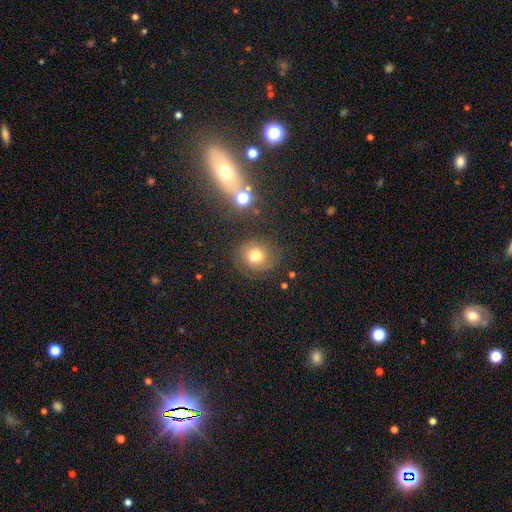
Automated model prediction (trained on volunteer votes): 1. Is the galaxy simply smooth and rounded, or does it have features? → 56% smooth, 29% featured or disk, 15% star or artifact.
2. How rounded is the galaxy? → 80% round, 19% in between, 1% cigar-shaped.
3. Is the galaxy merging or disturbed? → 75% none, 15% minor disturbance, 8% major disturbance, 3% merger.